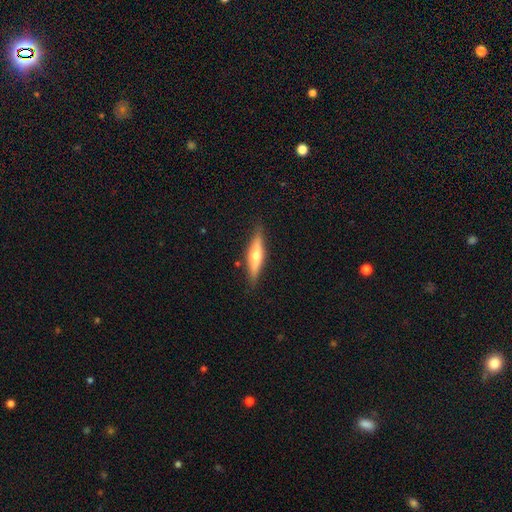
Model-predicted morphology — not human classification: Smooth or featured? featured or disk (55%)
Edge-on disk? yes (94%)
Edge-on bulge? rounded (90%)
Merging? none (87%)